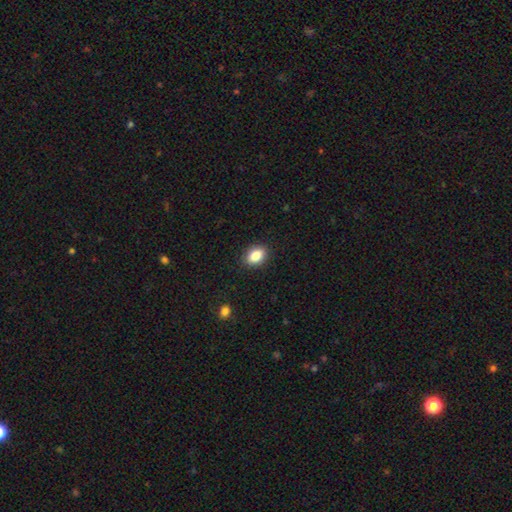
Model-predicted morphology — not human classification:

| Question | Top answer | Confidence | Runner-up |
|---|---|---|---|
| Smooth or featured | smooth | 84% | star or artifact (9%) |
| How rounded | in between | 80% | round (18%) |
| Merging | none | 89% | minor disturbance (8%) |